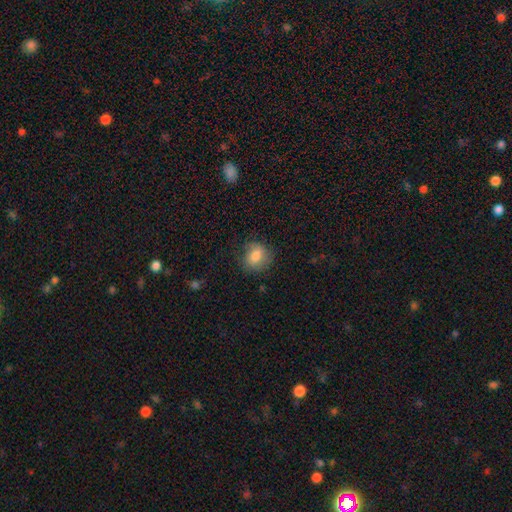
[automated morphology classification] smooth-or-featured: smooth: 80% | featured or disk: 11% | star or artifact: 8%
  how-rounded: round: 60% | in between: 39% | cigar-shaped: 1%
  merging: none: 72% | minor disturbance: 20% | major disturbance: 7% | merger: 1%